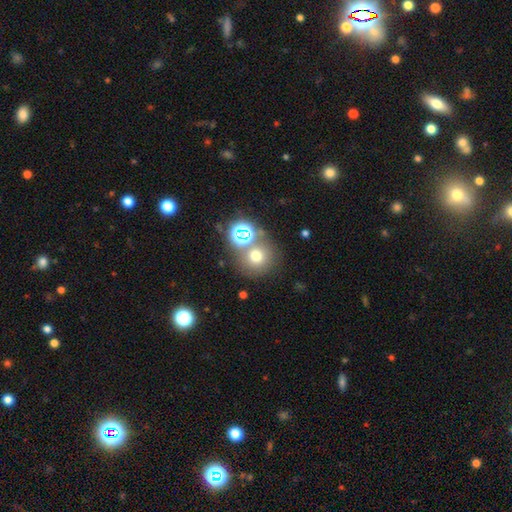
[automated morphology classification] A smooth galaxy with no disk features (63%) that is round (89%). Merging: none (63%).